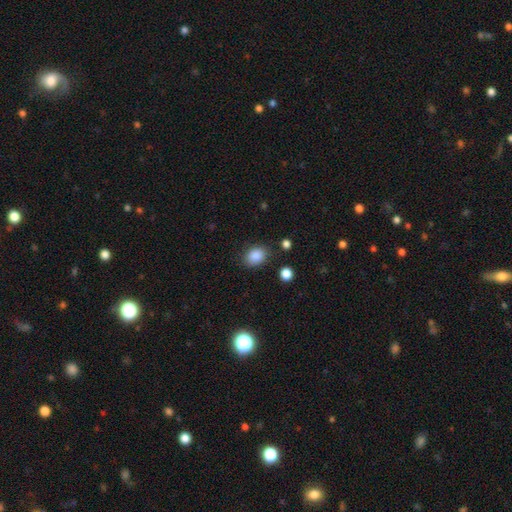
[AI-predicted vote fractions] Smooth or featured?
  - smooth: 87% *
  - star or artifact: 9%
  - featured or disk: 4%
How rounded?
  - in between: 64% *
  - round: 35%
  - cigar-shaped: 1%
Merging?
  - none: 81% *
  - minor disturbance: 13%
  - major disturbance: 4%
  - merger: 3%